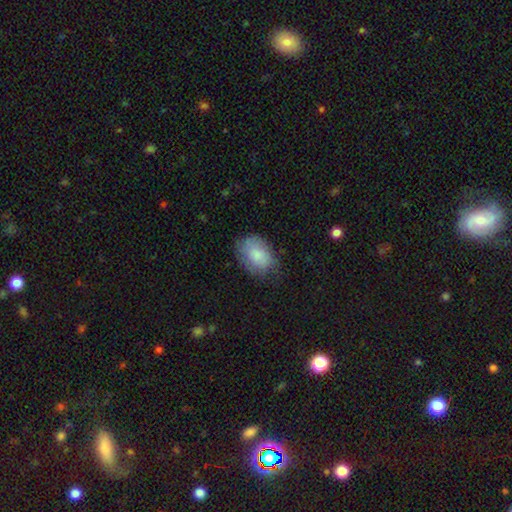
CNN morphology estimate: Q: Smooth or featured?
A: smooth (77%); runner-up: featured or disk (15%)
Q: How rounded?
A: in between (82%); runner-up: round (17%)
Q: Merging?
A: none (69%); runner-up: minor disturbance (24%)